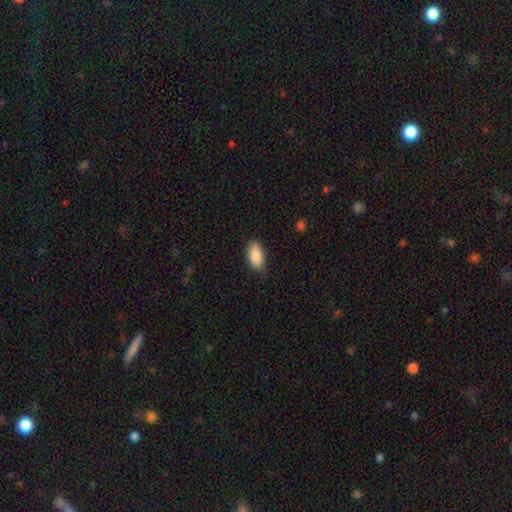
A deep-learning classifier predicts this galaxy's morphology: type=smooth (87%); roundness=in between (91%); merging=none (84%).